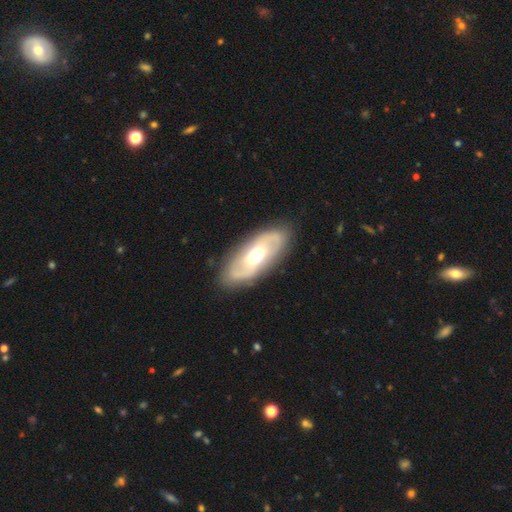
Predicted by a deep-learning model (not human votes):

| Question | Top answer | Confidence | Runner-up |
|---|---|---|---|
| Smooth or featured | featured or disk | 64% | smooth (31%) |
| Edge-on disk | no | 88% | yes (12%) |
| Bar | no | 60% | weak (29%) |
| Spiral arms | yes | 61% | no (39%) |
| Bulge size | moderate | 65% | large (27%) |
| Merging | none | 85% | minor disturbance (10%) |